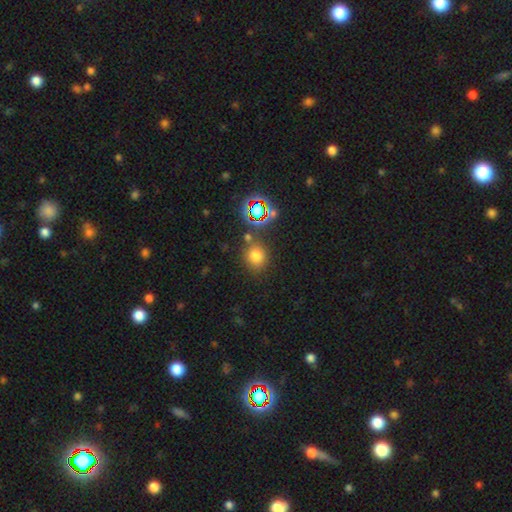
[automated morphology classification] The model was most divided on "smooth or featured": smooth: 70%, star or artifact: 22%, featured or disk: 8%. More confident: how rounded — round (77%); merging — none (74%).